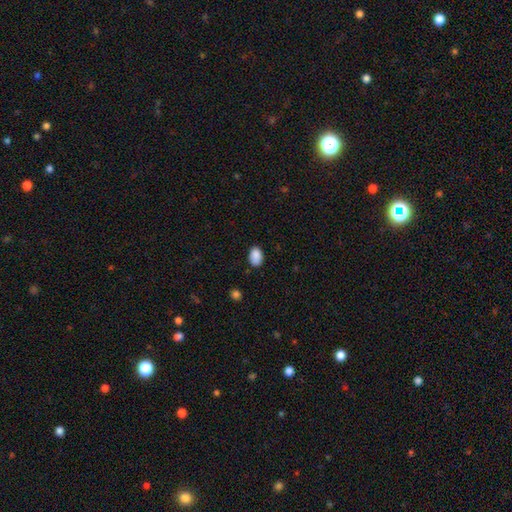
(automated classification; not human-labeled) Smooth or featured? Predicted: smooth (p=0.89). How rounded? Predicted: in between (p=0.86). Merging? Predicted: none (p=0.81).